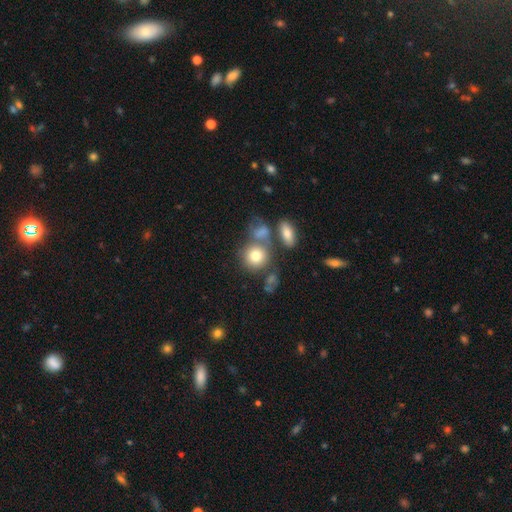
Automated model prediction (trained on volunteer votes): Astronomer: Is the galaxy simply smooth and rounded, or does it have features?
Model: smooth — 77%.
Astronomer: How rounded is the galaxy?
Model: round — 75%.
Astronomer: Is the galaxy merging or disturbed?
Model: none — 51% (runner-up: merger, 29%).